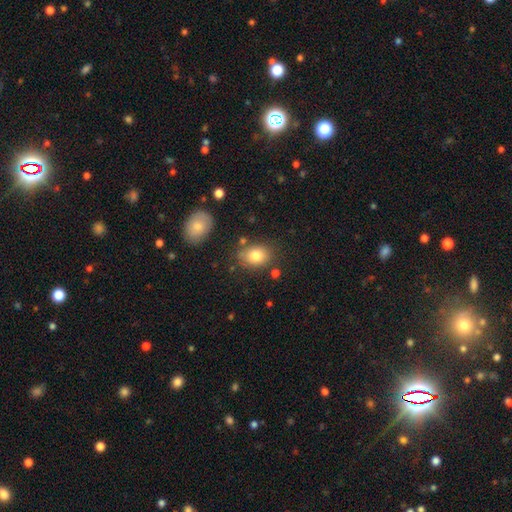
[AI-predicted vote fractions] Smooth or featured: smooth — 80% (featured or disk — 10%)
How rounded: in between — 63% (round — 35%)
Merging: none — 74% (minor disturbance — 15%)